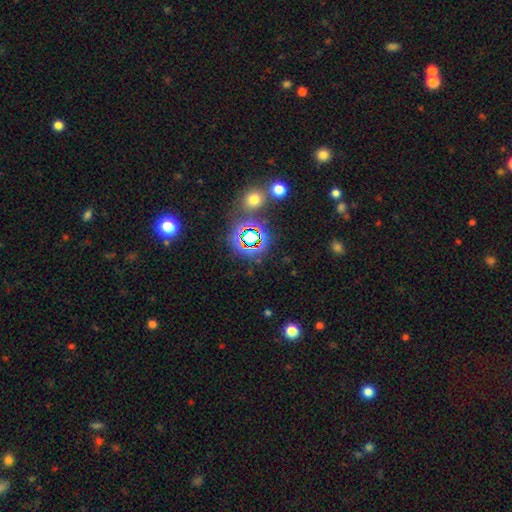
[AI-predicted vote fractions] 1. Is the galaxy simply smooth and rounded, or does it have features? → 52% star or artifact, 31% smooth, 17% featured or disk.